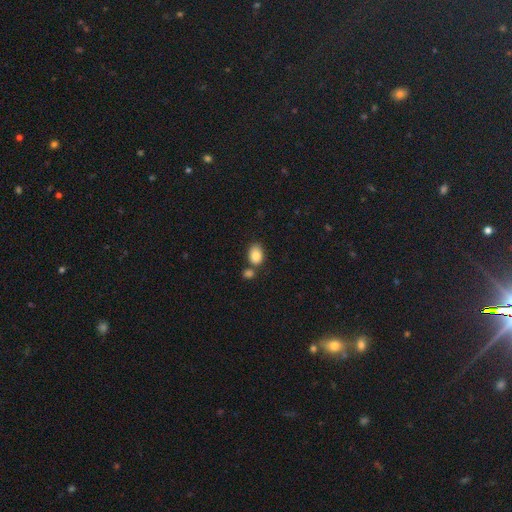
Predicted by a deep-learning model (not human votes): A smooth galaxy with no disk features (84%) that is in between round and cigar-shaped (79%).

Vote fractions:
- Smooth or featured? smooth: 84% / star or artifact: 8% / featured or disk: 8%
- How rounded? in between: 79% / round: 20% / cigar-shaped: 1%
- Merging? none: 63% / merger: 22% / minor disturbance: 12% / major disturbance: 3%